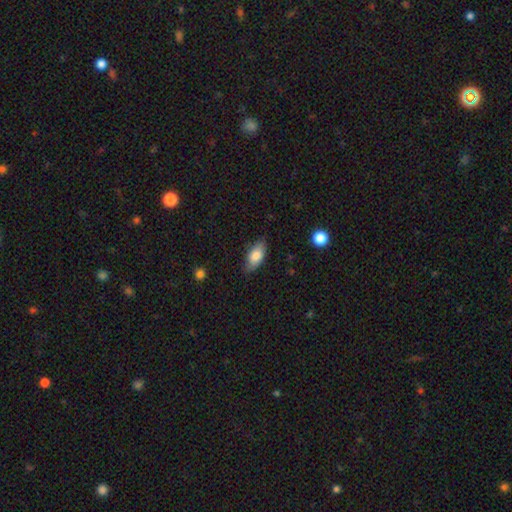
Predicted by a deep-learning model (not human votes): A smooth galaxy with no disk features (81%) that is in between round and cigar-shaped (90%).

Vote fractions:
- Smooth or featured? smooth: 81% / featured or disk: 12% / star or artifact: 7%
- How rounded? in between: 90% / cigar-shaped: 7% / round: 3%
- Merging? none: 77% / minor disturbance: 19% / major disturbance: 4% / merger: 1%